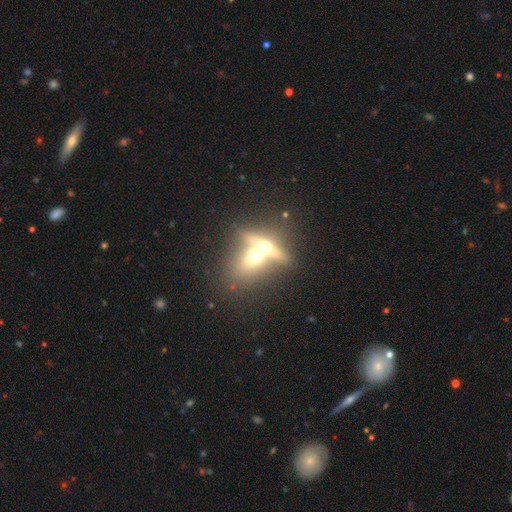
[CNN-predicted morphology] A featured or disk galaxy (53%) viewed edge-on (68%). Merging: merger (61%).